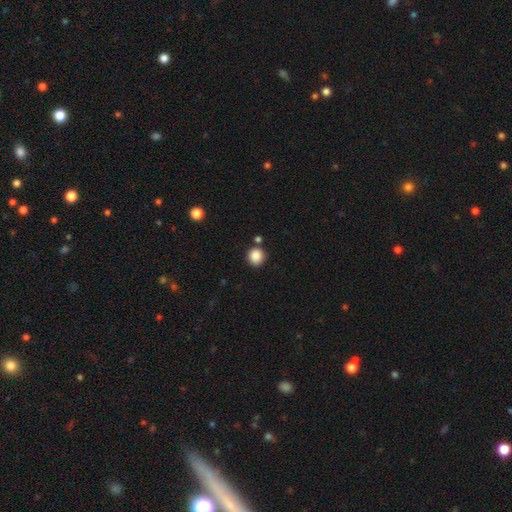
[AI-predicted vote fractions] Smooth or featured: smooth — 87% (star or artifact — 10%)
How rounded: round — 92% (in between — 7%)
Merging: none — 82% (minor disturbance — 8%)